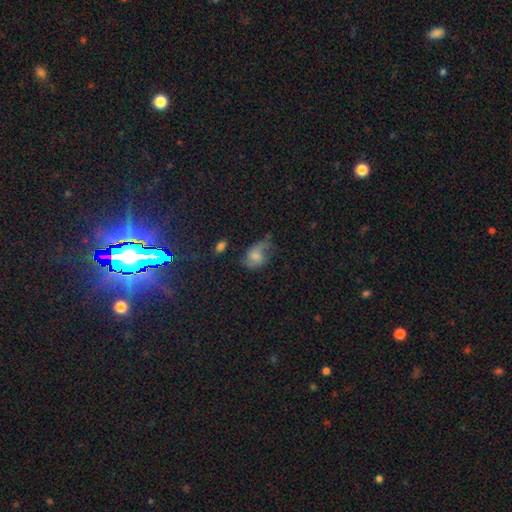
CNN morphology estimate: Q: Smooth or featured?
A: smooth (56%); runner-up: featured or disk (33%)
Q: How rounded?
A: in between (72%); runner-up: round (26%)
Q: Merging?
A: none (36%); runner-up: minor disturbance (35%)